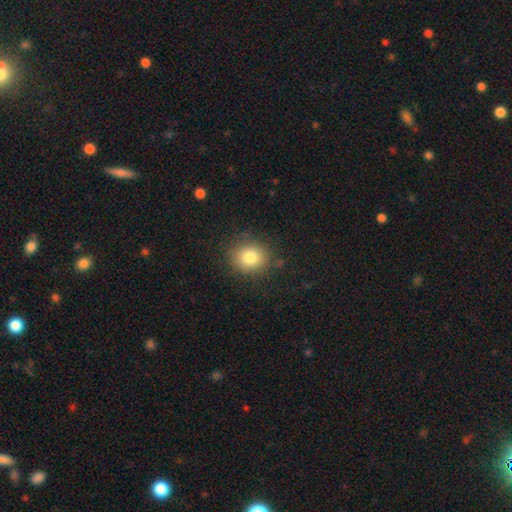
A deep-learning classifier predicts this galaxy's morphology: Smooth or featured? Predicted: smooth (p=0.81). How rounded? Predicted: round (p=0.77). Merging? Predicted: none (p=0.87).